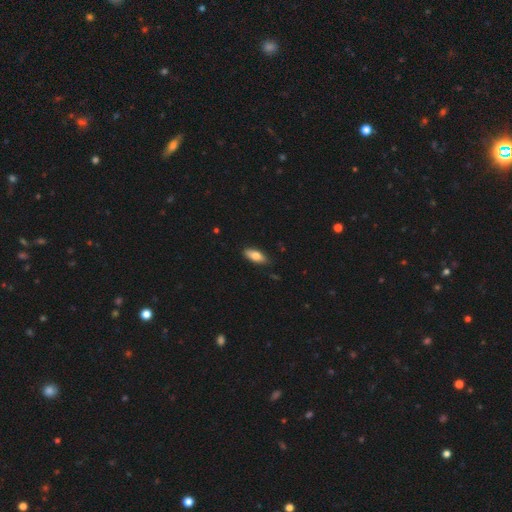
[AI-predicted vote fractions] Q: Smooth or featured?
A: smooth (77%); runner-up: featured or disk (17%)
Q: How rounded?
A: in between (78%); runner-up: cigar-shaped (20%)
Q: Merging?
A: none (83%); runner-up: minor disturbance (13%)